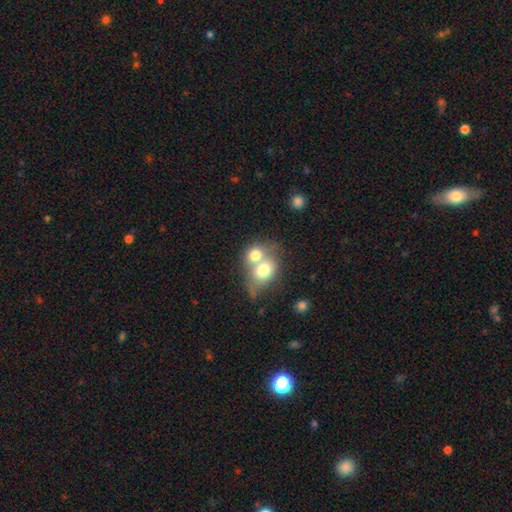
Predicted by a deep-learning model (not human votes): smooth 63%, featured or disk 25%, star or artifact 12%. Down the decision tree: how rounded — round (55%); merging — merger (63%).